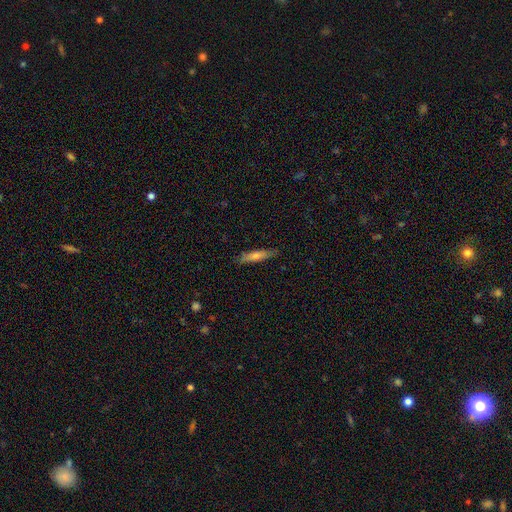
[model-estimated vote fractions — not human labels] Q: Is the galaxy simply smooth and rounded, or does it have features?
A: smooth — 53%.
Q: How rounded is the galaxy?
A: cigar-shaped — 87%.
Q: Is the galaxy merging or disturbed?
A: none — 86%.